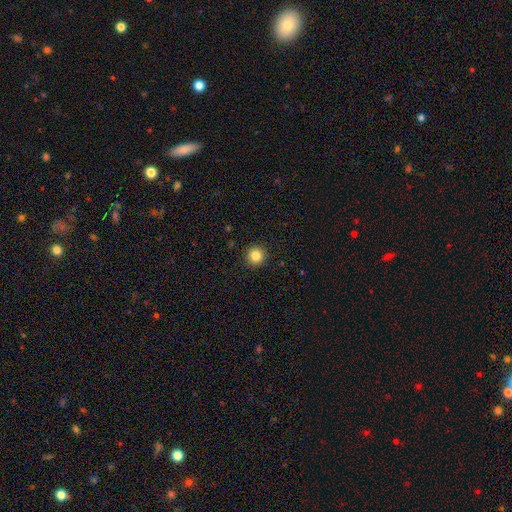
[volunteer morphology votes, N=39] Volunteers were most divided on "smooth or featured": smooth: 72%, featured or disk: 18%, star or artifact: 10%. More confident: how rounded — round (100%); merging — none (94%).